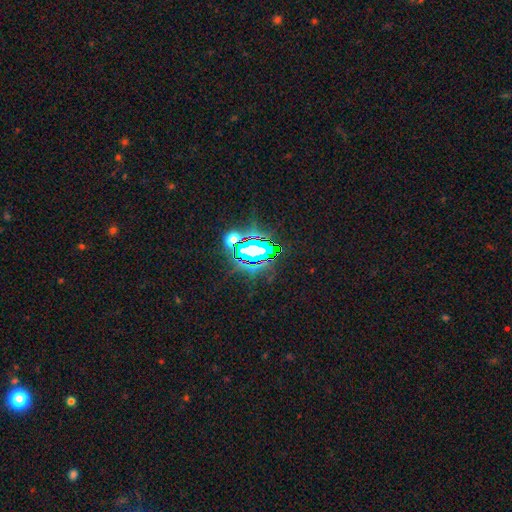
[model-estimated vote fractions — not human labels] Q: Smooth or featured?
A: star or artifact (76%); runner-up: smooth (13%)